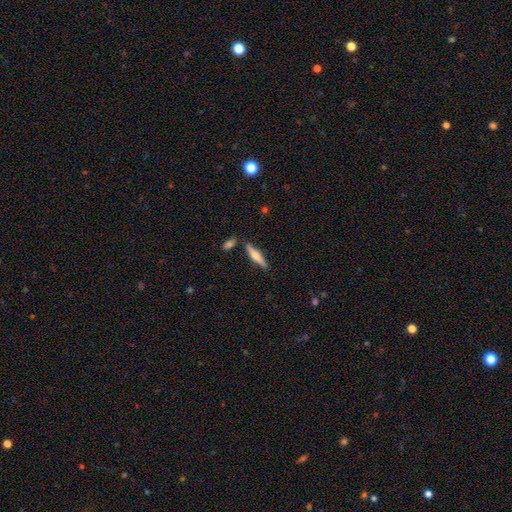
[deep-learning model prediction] This appears to be a smooth galaxy with no disk features (55%) that is cigar-shaped (81%). Merging: none (82%).